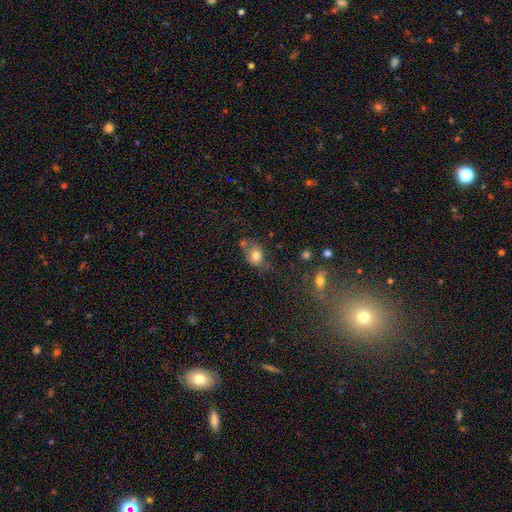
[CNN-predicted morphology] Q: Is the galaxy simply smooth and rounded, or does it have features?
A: smooth — 77%.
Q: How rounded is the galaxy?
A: in between — 50%.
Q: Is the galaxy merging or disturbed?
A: none — 55%.